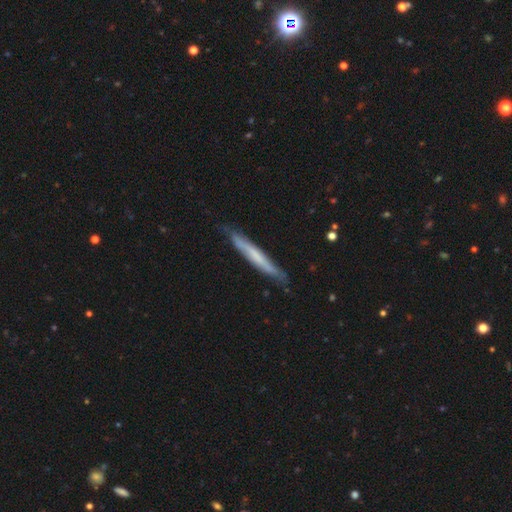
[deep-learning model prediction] smooth_or_featured: smooth (p=0.49) [alt: featured or disk p=0.46]
merging: none (p=0.81) [alt: minor disturbance p=0.15]